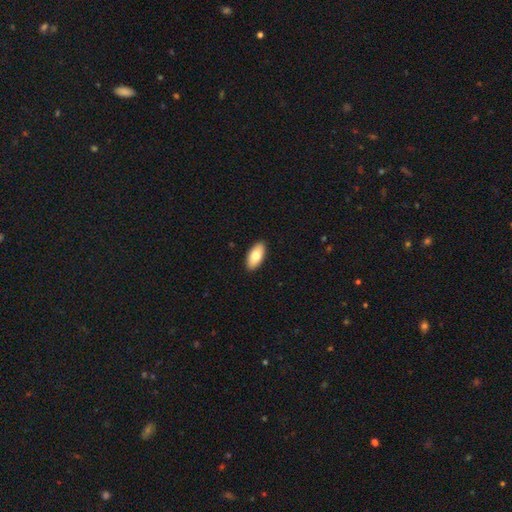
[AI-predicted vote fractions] Smooth or featured? Predicted: smooth (p=0.76). How rounded? Predicted: in between (p=0.92). Merging? Predicted: none (p=0.91).